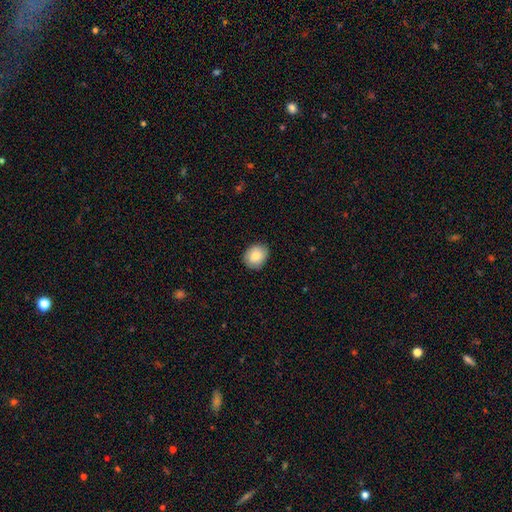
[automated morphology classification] This appears to be a smooth galaxy with no disk features (82%) that is round (63%). Merging: none (84%).